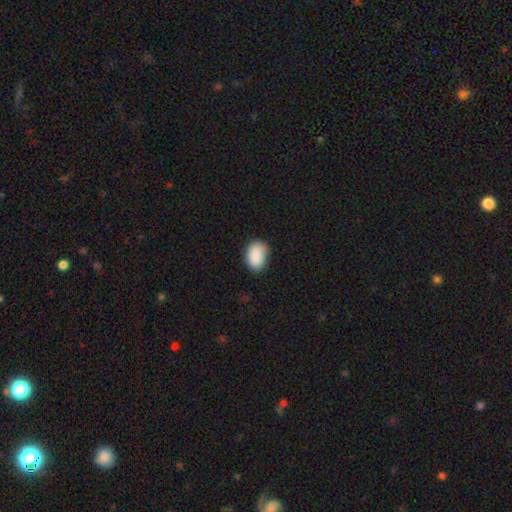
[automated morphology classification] A smooth galaxy with no disk features (89%) that is in between round and cigar-shaped (83%). Merging: none (74%).